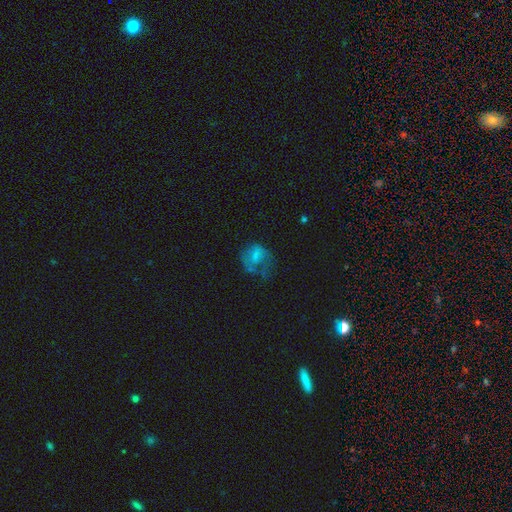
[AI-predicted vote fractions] Smooth or featured?
  - smooth: 51% *
  - featured or disk: 36%
  - star or artifact: 12%
How rounded?
  - in between: 51% *
  - round: 48%
  - cigar-shaped: 1%
Merging?
  - major disturbance: 45% *
  - none: 28%
  - minor disturbance: 23%
  - merger: 4%